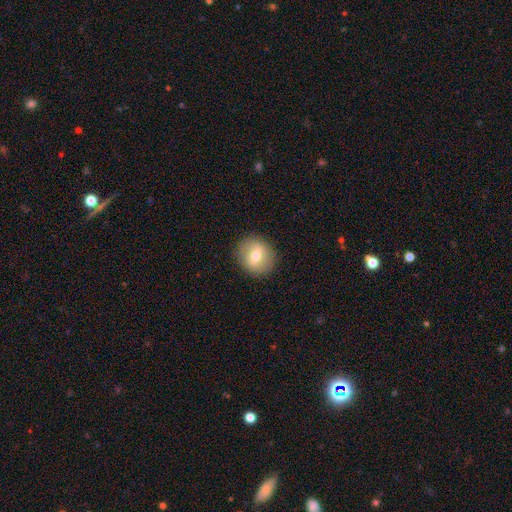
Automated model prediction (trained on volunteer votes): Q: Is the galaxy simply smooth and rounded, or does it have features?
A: smooth — 59%.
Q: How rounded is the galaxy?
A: round — 82%.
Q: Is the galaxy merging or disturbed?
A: none — 89%.